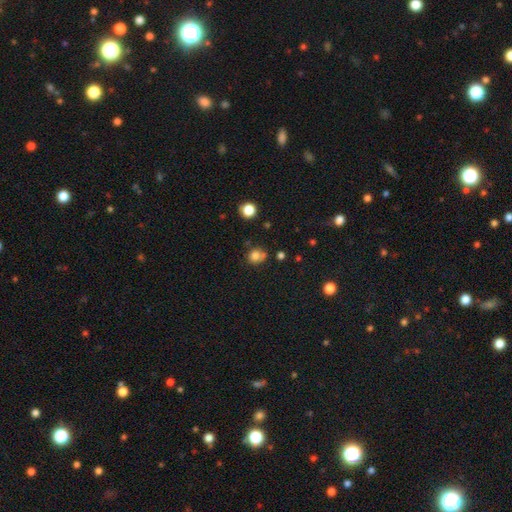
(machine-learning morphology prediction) Smooth or featured? Predicted: smooth (p=0.78). How rounded? Predicted: round (p=0.76). Merging? Predicted: none (p=0.56).